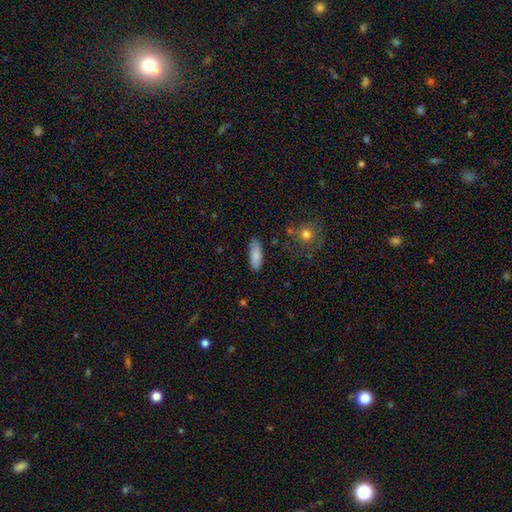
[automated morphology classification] Smooth or featured?
  - smooth: 84% *
  - featured or disk: 10%
  - star or artifact: 6%
How rounded?
  - in between: 70% *
  - cigar-shaped: 28%
  - round: 2%
Merging?
  - none: 82% *
  - minor disturbance: 13%
  - major disturbance: 3%
  - merger: 2%